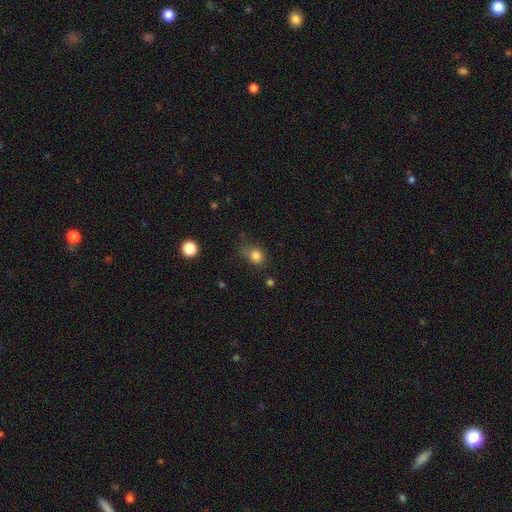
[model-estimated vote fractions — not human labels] Smooth or featured: smooth — 82% (star or artifact — 13%)
How rounded: round — 69% (in between — 30%)
Merging: none — 61% (minor disturbance — 26%)